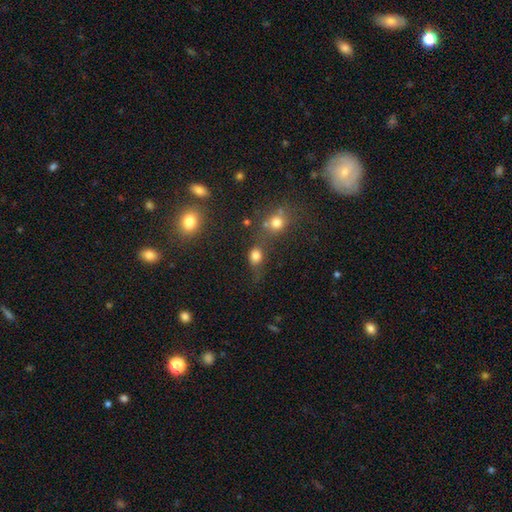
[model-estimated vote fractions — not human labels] Smooth or featured? smooth (77%)
How rounded? round (55%)
Merging? none (46%)